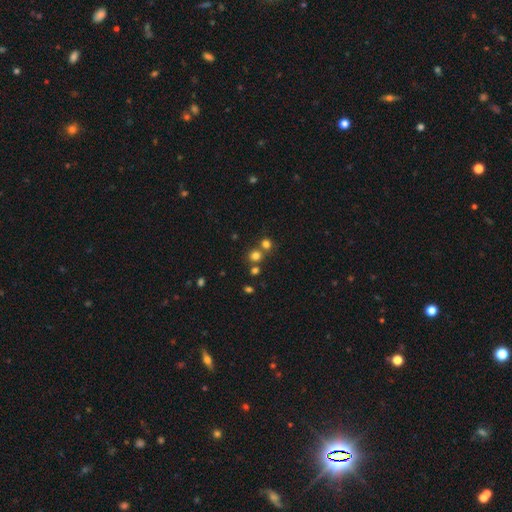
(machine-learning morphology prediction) Smooth or featured: smooth — 72% (star or artifact — 21%)
How rounded: round — 88% (in between — 11%)
Merging: none — 62% (merger — 28%)